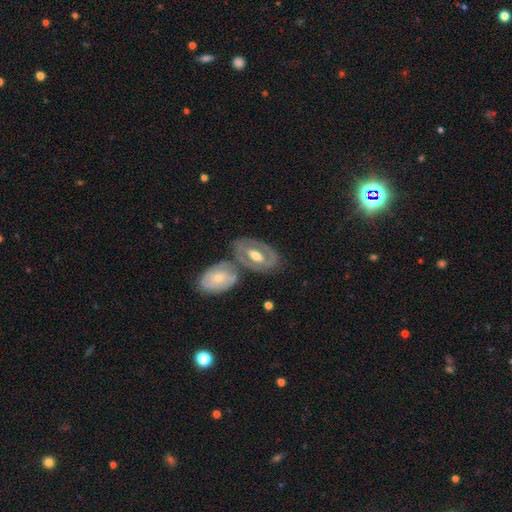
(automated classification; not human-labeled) featured or disk 67%, smooth 28%, star or artifact 5%. Down the decision tree: edge-on disk — no (90%); bar — no (44%); spiral arms — no (56%); bulge size — moderate (64%); merging — none (60%).